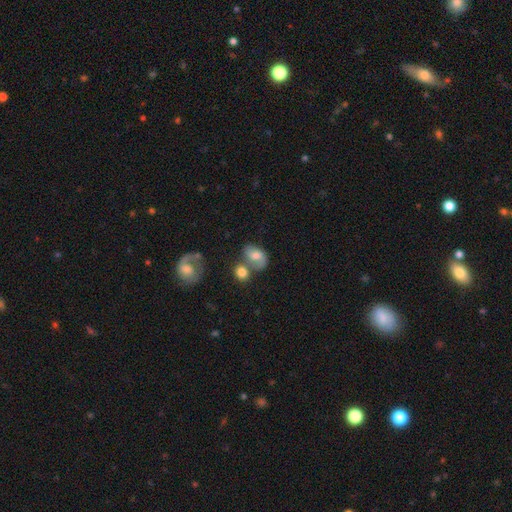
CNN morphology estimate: Smooth or featured: smooth — 54% (featured or disk — 37%)
How rounded: in between — 73% (round — 26%)
Merging: none — 35% (merger — 34%)